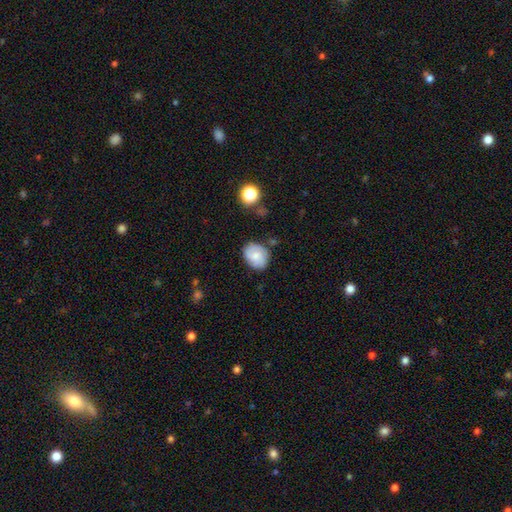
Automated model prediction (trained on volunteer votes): This is likely a smooth galaxy (64%). How rounded: possibly in between (52%). Merging: likely none (73%).